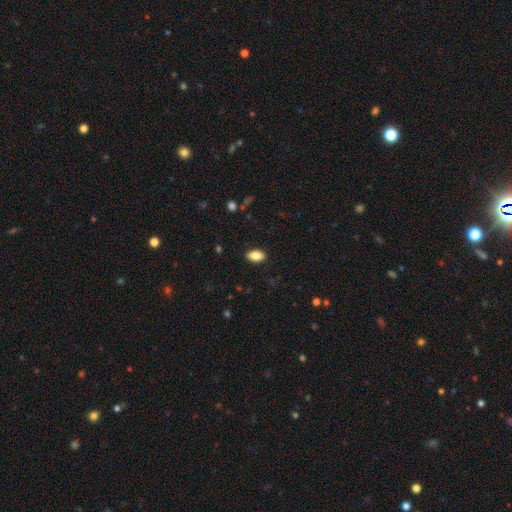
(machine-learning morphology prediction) Overall: smooth (84%). How rounded: in between (92%). Merging: none (88%).